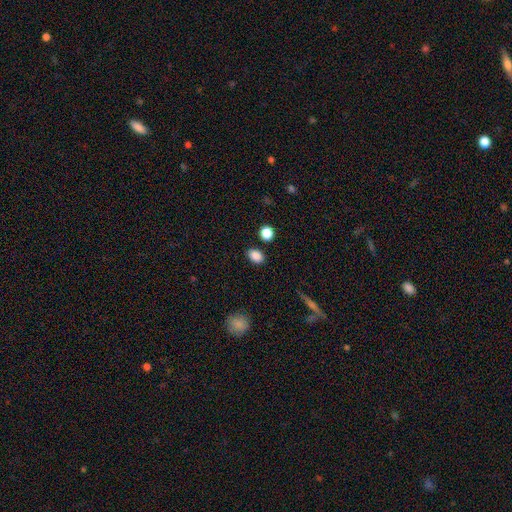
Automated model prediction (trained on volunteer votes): A smooth galaxy with no disk features (86%) that is in between round and cigar-shaped (73%). Merging: none (85%).